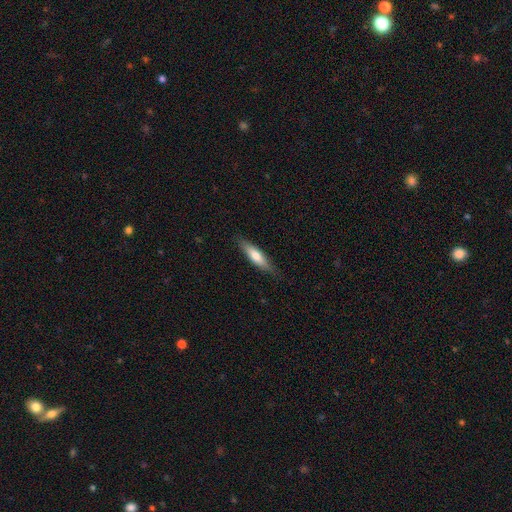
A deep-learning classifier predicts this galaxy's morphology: Smooth or featured: smooth — 65% (featured or disk — 30%)
How rounded: cigar-shaped — 71% (in between — 28%)
Merging: none — 84% (minor disturbance — 13%)